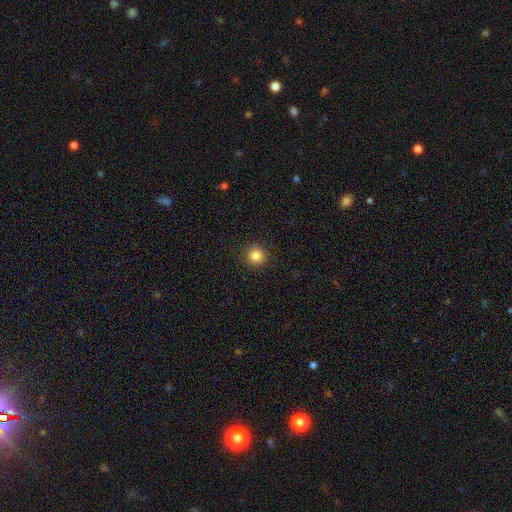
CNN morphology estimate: smooth_or_featured: smooth (p=0.84) [alt: star or artifact p=0.12]
how_rounded: round (p=0.93) [alt: in between p=0.06]
merging: none (p=0.91) [alt: minor disturbance p=0.06]